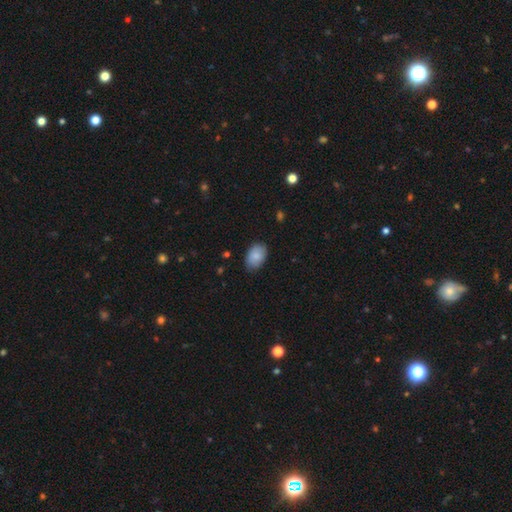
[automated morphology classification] Smooth or featured? Predicted: smooth (p=0.86). How rounded? Predicted: in between (p=0.86). Merging? Predicted: none (p=0.79).